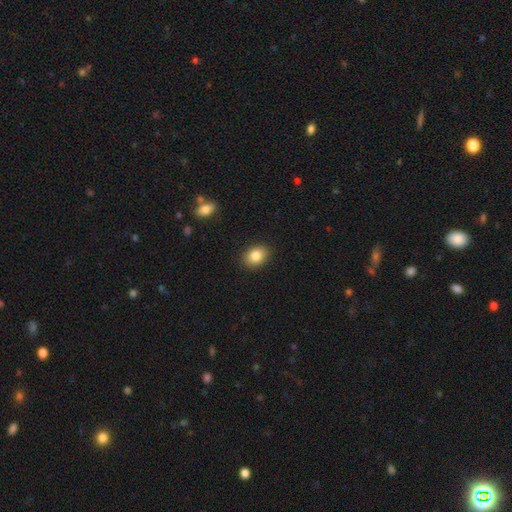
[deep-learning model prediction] smooth_or_featured: smooth (p=0.85) [alt: star or artifact p=0.09]
how_rounded: in between (p=0.68) [alt: round p=0.31]
merging: none (p=0.89) [alt: minor disturbance p=0.08]